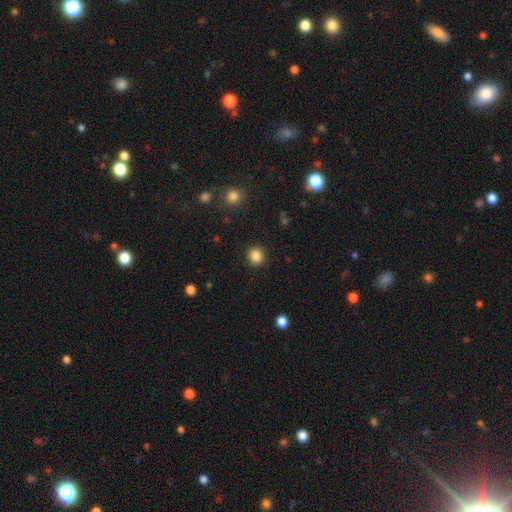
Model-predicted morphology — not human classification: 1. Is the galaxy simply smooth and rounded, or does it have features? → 85% smooth, 11% star or artifact, 4% featured or disk.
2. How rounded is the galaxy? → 90% round, 9% in between, 1% cigar-shaped.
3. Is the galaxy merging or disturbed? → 92% none, 5% minor disturbance, 2% major disturbance, 1% merger.